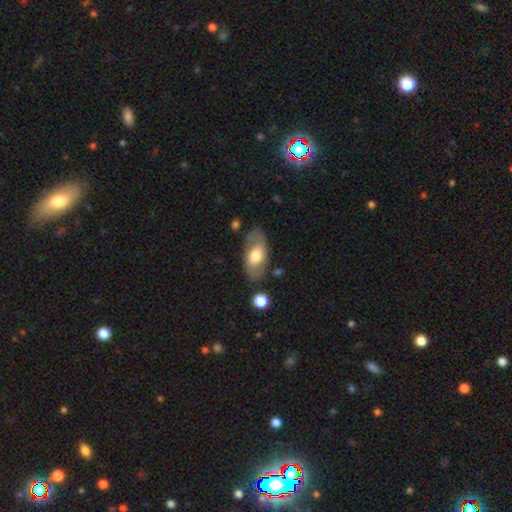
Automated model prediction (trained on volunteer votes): Smooth or featured?
  - smooth: 52% *
  - featured or disk: 43%
  - star or artifact: 6%
How rounded?
  - in between: 92% *
  - round: 5%
  - cigar-shaped: 3%
Merging?
  - none: 73% *
  - minor disturbance: 17%
  - major disturbance: 6%
  - merger: 4%